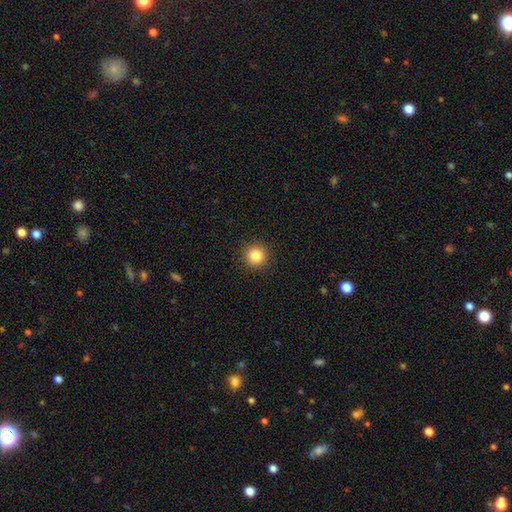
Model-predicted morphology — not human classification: Overall: smooth (84%). How rounded: round (95%). Merging: none (92%).